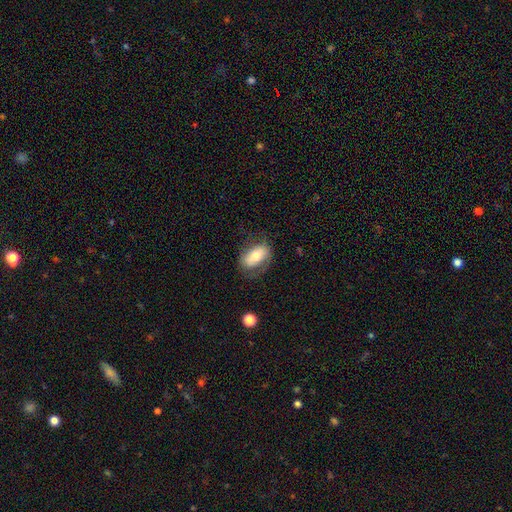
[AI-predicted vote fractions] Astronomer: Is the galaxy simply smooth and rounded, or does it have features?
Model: smooth — 58% (runner-up: featured or disk, 35%).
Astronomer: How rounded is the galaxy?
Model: in between — 90%.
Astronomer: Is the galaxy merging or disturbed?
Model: none — 62%.